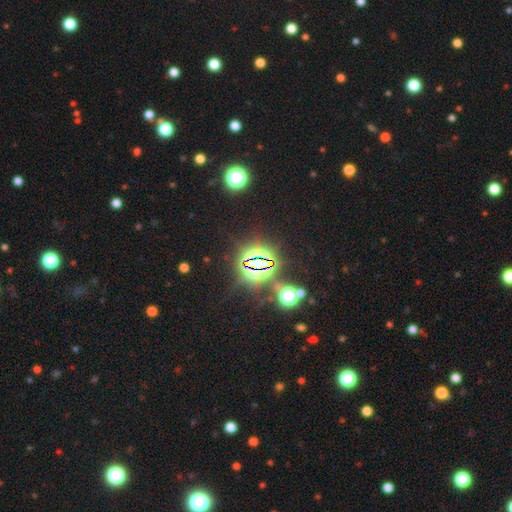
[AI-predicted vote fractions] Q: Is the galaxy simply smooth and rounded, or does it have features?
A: star or artifact — 81%.